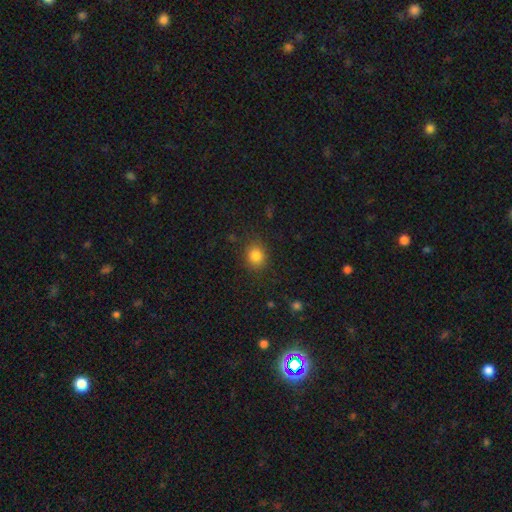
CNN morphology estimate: The model was most divided on "how rounded": round: 72%, in between: 27%, cigar-shaped: 1%. More confident: merging — none (84%); smooth or featured — smooth (83%).